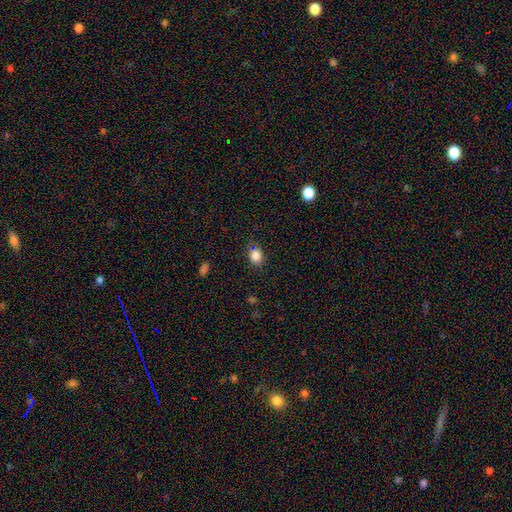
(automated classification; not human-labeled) smooth-or-featured: smooth: 83% | star or artifact: 12% | featured or disk: 5%
  how-rounded: round: 55% | in between: 44% | cigar-shaped: 1%
  merging: none: 77% | minor disturbance: 15% | major disturbance: 4% | merger: 3%